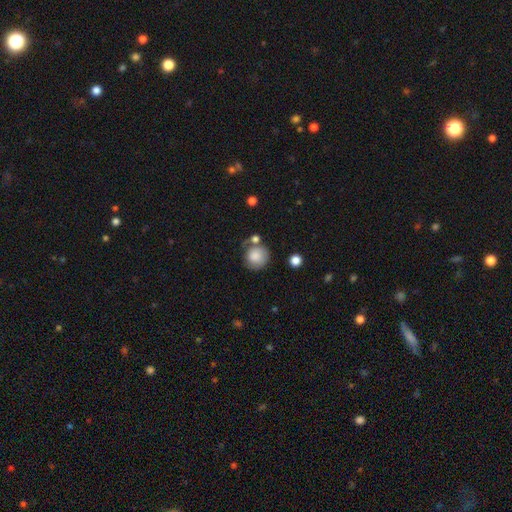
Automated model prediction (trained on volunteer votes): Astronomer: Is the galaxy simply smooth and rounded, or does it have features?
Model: smooth — 79%.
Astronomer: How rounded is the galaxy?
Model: round — 88%.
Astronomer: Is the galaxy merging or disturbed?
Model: none — 55%.